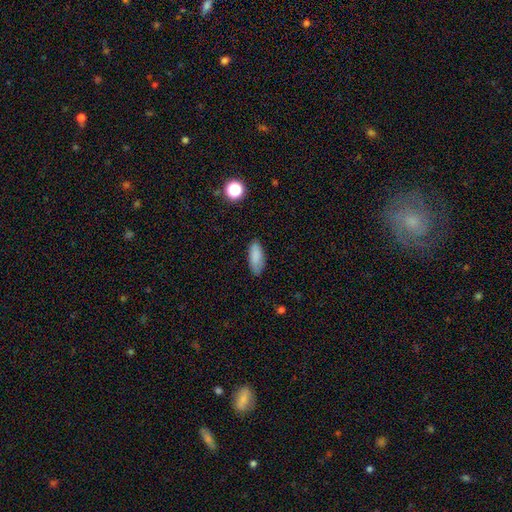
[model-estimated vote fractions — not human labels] Q: Smooth or featured?
A: smooth (85%); runner-up: star or artifact (8%)
Q: How rounded?
A: in between (78%); runner-up: cigar-shaped (20%)
Q: Merging?
A: none (81%); runner-up: minor disturbance (15%)